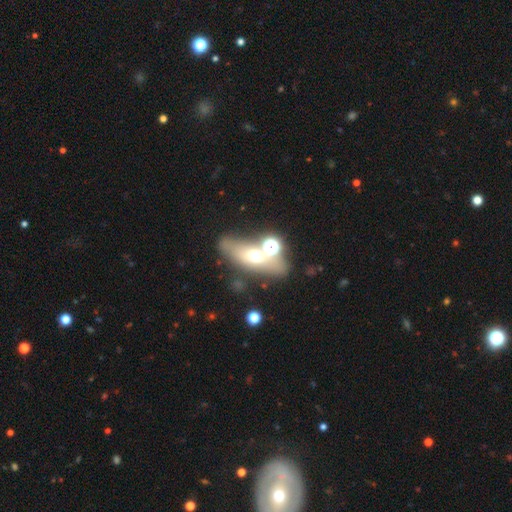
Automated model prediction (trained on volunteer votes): smooth-or-featured: smooth: 48% | featured or disk: 34% | star or artifact: 18%
  merging: none: 52% | merger: 23% | minor disturbance: 14% | major disturbance: 11%